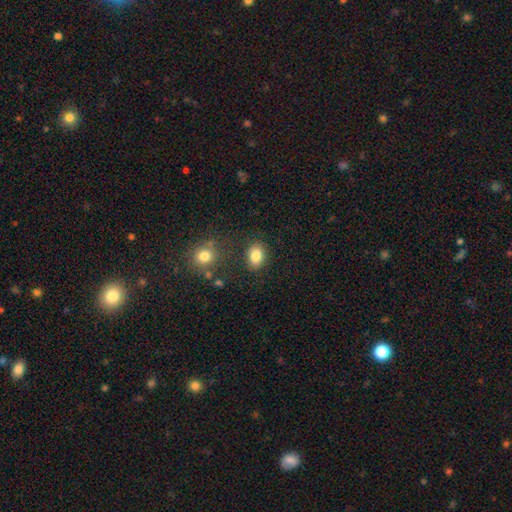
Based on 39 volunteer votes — Q: Smooth or featured?
A: smooth (92%); runner-up: star or artifact (5%)
Q: How rounded?
A: in between (75%); runner-up: round (25%)
Q: Merging?
A: none (70%); runner-up: minor disturbance (14%)